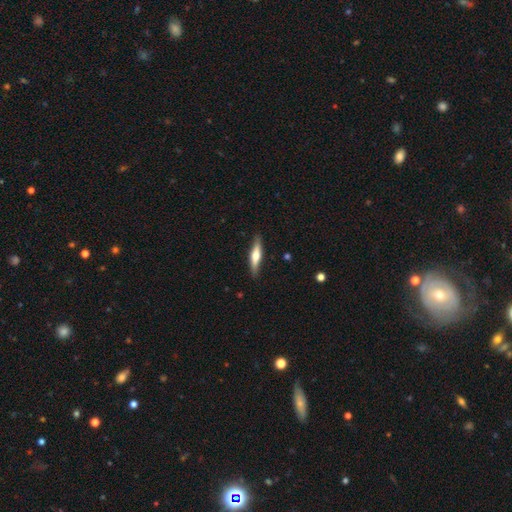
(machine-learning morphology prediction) A featured or disk galaxy (53%) viewed edge-on (95%) with a rounded central bulge (91%). Merging: none (89%).